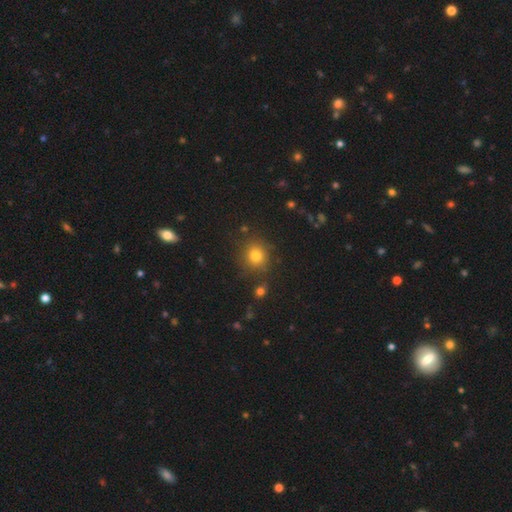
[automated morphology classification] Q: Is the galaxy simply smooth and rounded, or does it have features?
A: smooth — 78%.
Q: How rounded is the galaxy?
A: round — 86%.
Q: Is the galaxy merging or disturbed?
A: none — 81%.